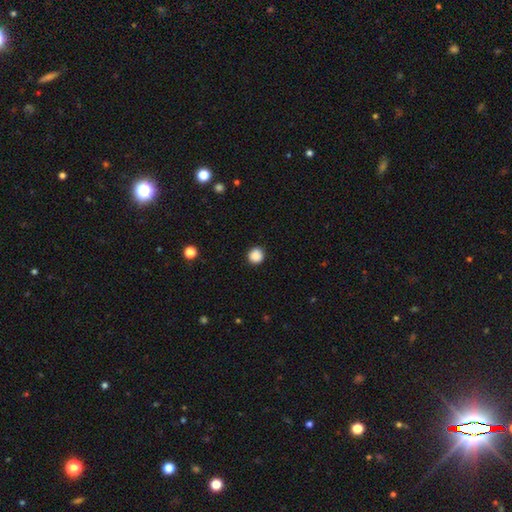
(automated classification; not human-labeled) Q: Smooth or featured?
A: smooth (88%); runner-up: star or artifact (10%)
Q: How rounded?
A: round (93%); runner-up: in between (6%)
Q: Merging?
A: none (92%); runner-up: minor disturbance (5%)